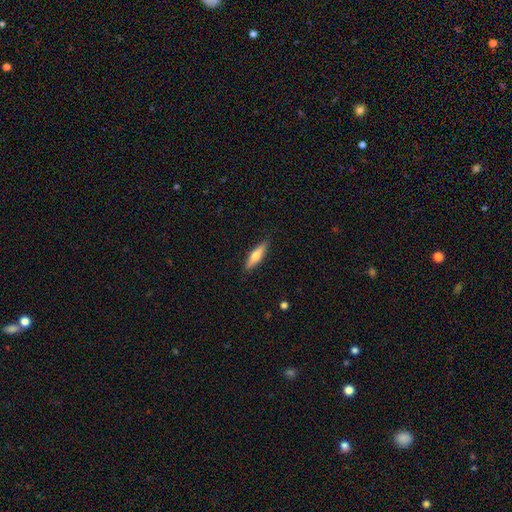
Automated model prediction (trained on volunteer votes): Overall: smooth (59%; featured or disk 36%). How rounded: cigar-shaped (71%). Merging: none (89%).